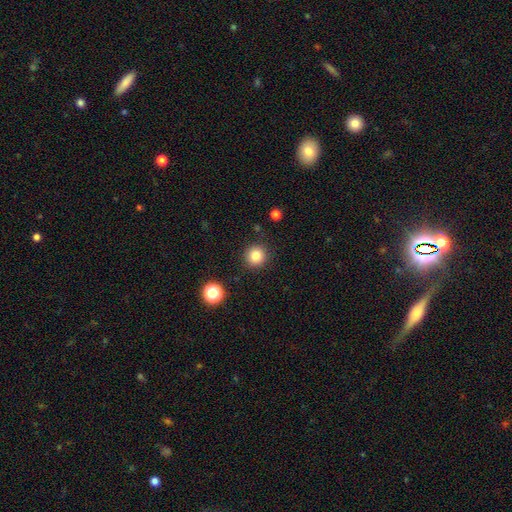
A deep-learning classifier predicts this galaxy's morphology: A smooth galaxy with no disk features (83%) that is round (93%). Merging: none (89%).